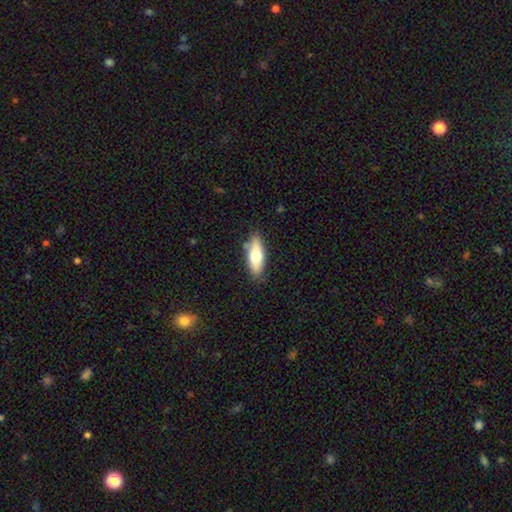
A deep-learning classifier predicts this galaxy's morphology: Overall: smooth (68%). How rounded: in between (61%; cigar-shaped 37%). Merging: none (82%).